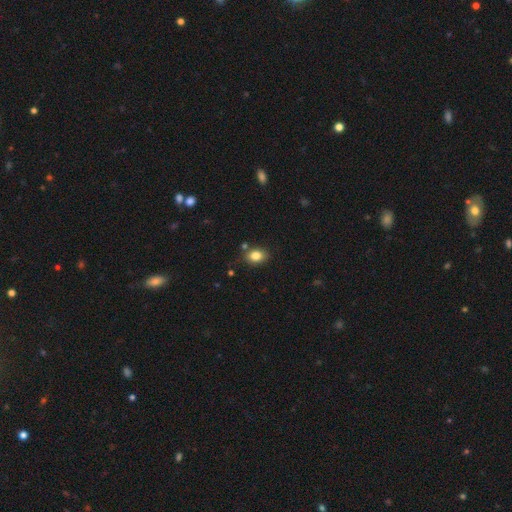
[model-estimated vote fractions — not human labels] smooth 83%, star or artifact 10%, featured or disk 7%. Down the decision tree: how rounded — in between (68%); merging — none (79%).